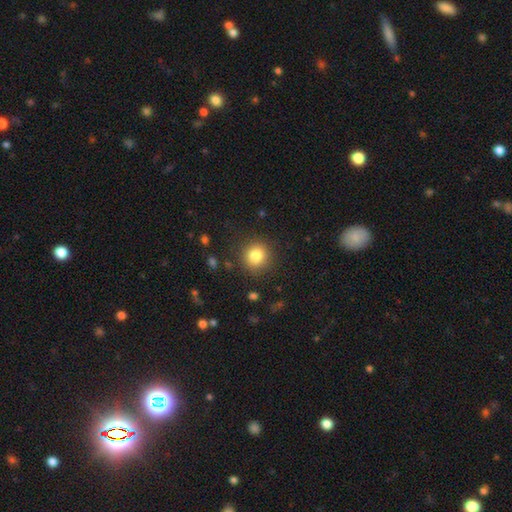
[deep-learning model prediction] Smooth or featured? smooth (83%)
How rounded? round (91%)
Merging? none (87%)